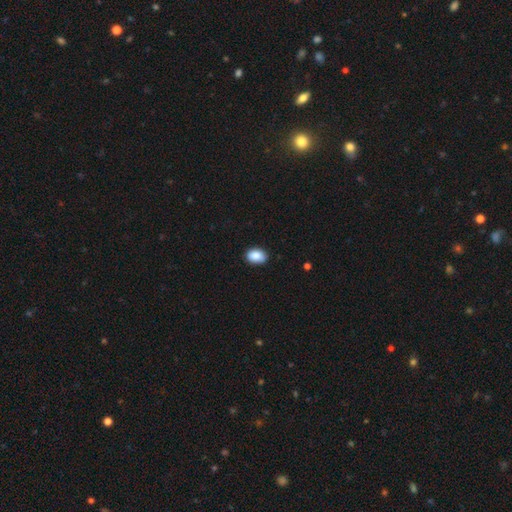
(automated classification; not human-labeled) This is clearly a smooth galaxy (88%). How rounded: clearly in between (80%). Merging: clearly none (86%).